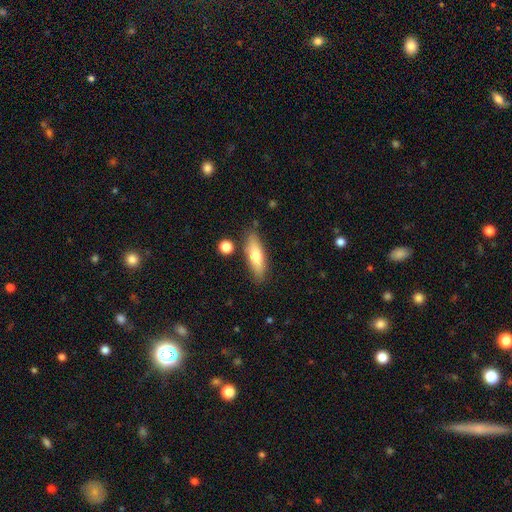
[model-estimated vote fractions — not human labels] smooth_or_featured: smooth (p=0.68) [alt: featured or disk p=0.26]
how_rounded: cigar-shaped (p=0.50) [alt: in between p=0.47]
merging: none (p=0.79) [alt: minor disturbance p=0.13]